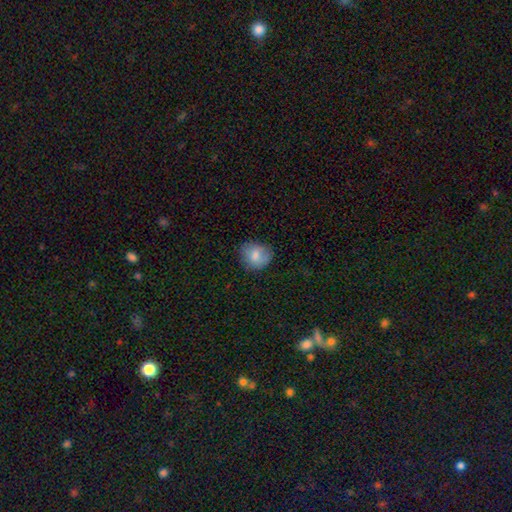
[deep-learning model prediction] Q: Smooth or featured?
A: smooth (79%); runner-up: featured or disk (13%)
Q: How rounded?
A: round (72%); runner-up: in between (27%)
Q: Merging?
A: none (74%); runner-up: minor disturbance (20%)